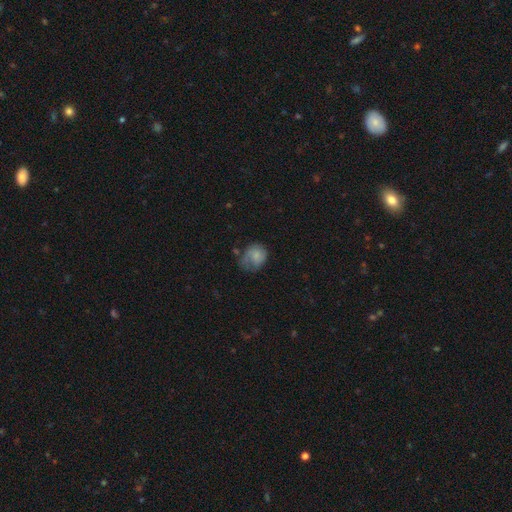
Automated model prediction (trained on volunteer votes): Smooth or featured?
  - smooth: 69% *
  - featured or disk: 23%
  - star or artifact: 9%
How rounded?
  - round: 55% *
  - in between: 44%
  - cigar-shaped: 1%
Merging?
  - none: 37% *
  - minor disturbance: 34%
  - major disturbance: 25%
  - merger: 4%